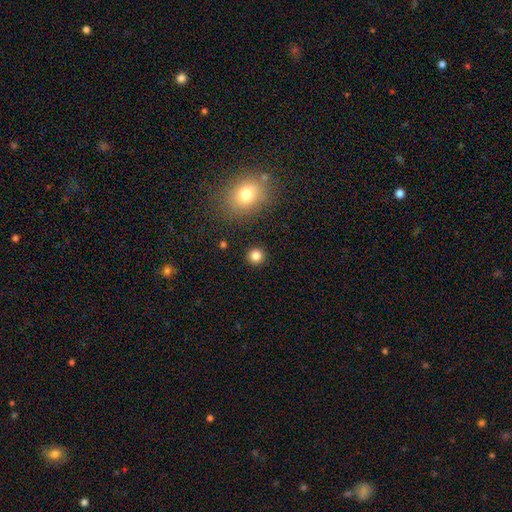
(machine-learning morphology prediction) A smooth galaxy with no disk features (84%) that is round (93%).

Vote fractions:
- Smooth or featured? smooth: 84% / star or artifact: 12% / featured or disk: 4%
- How rounded? round: 93% / in between: 6% / cigar-shaped: 1%
- Merging? none: 91% / minor disturbance: 5% / major disturbance: 2% / merger: 2%